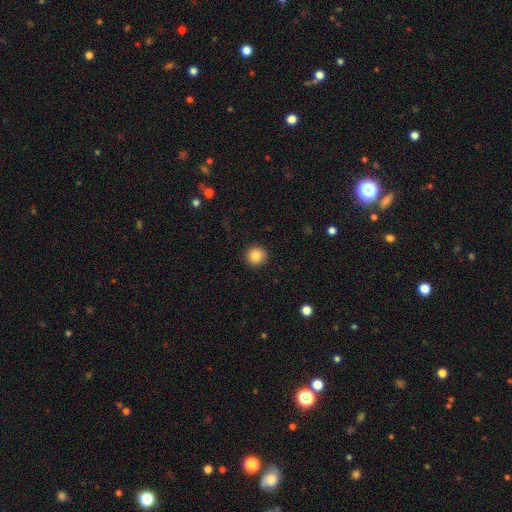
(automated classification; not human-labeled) A smooth galaxy with no disk features (85%) that is round (94%).

Vote fractions:
- Smooth or featured? smooth: 85% / star or artifact: 9% / featured or disk: 5%
- How rounded? round: 94% / in between: 5% / cigar-shaped: 1%
- Merging? none: 92% / minor disturbance: 5% / major disturbance: 2% / merger: 1%